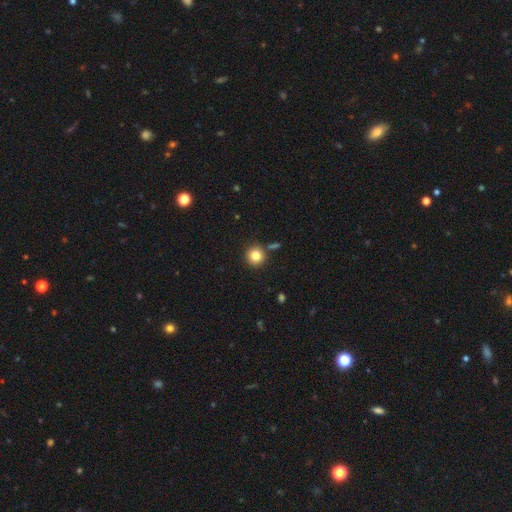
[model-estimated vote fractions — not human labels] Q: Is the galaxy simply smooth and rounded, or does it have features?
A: smooth — 82%.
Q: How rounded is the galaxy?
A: round — 94%.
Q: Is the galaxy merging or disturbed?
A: none — 85%.